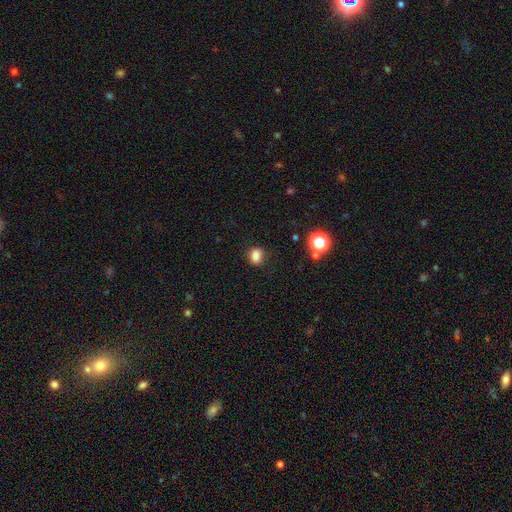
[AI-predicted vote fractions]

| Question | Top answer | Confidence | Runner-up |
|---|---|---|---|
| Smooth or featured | smooth | 82% | star or artifact (13%) |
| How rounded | in between | 51% | round (47%) |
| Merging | none | 79% | minor disturbance (15%) |